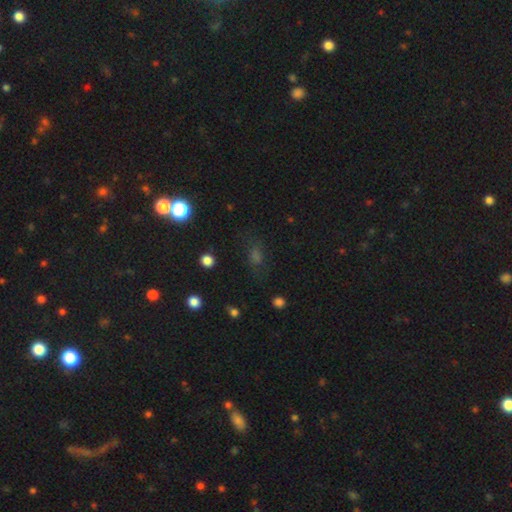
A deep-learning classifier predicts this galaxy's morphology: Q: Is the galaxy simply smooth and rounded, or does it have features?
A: smooth — 50%.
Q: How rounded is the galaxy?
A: in between — 62%.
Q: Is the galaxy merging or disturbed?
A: none — 70%.